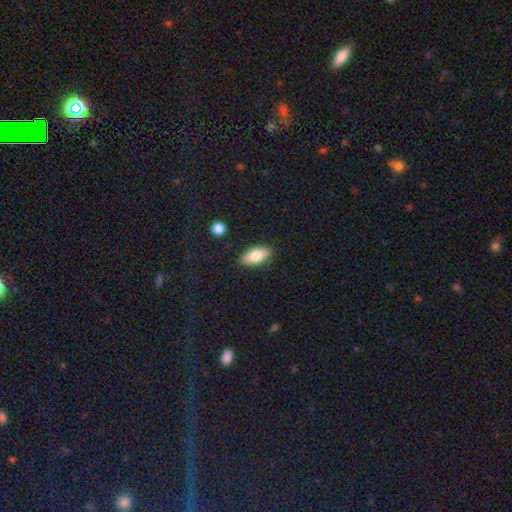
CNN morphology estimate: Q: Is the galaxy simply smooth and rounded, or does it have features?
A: smooth — 81%.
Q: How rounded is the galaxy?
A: in between — 87%.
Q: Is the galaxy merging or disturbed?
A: none — 87%.